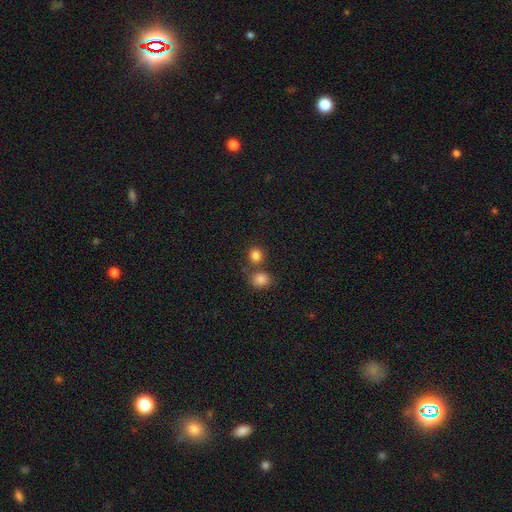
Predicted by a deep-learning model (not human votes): Smooth or featured: smooth — 83% (star or artifact — 12%)
How rounded: round — 84% (in between — 15%)
Merging: none — 64% (merger — 25%)